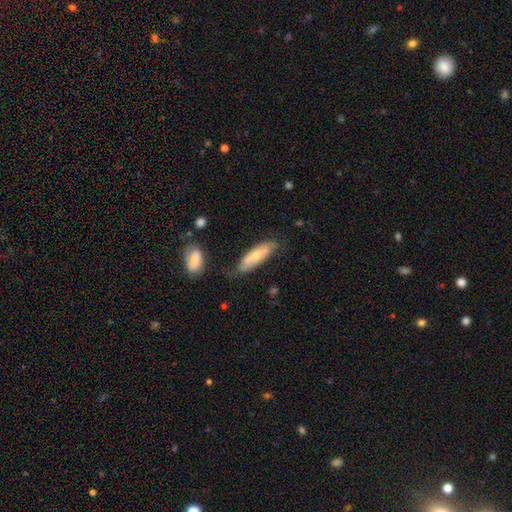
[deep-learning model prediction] A smooth galaxy with no disk features (59%) that is cigar-shaped (51%). Merging: none (61%).